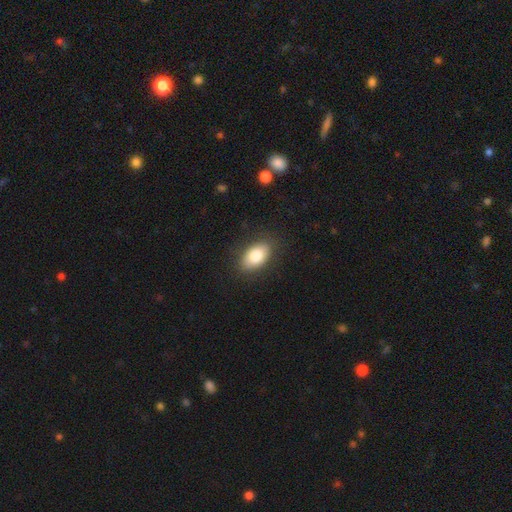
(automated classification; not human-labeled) smooth_or_featured: smooth (p=0.82) [alt: featured or disk p=0.11]
how_rounded: in between (p=0.91) [alt: round p=0.07]
merging: none (p=0.86) [alt: minor disturbance p=0.10]